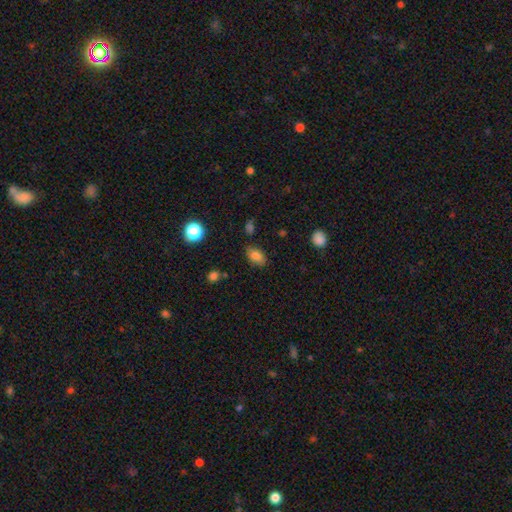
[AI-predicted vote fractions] smooth-or-featured: smooth: 81% | star or artifact: 11% | featured or disk: 8%
  how-rounded: in between: 87% | round: 11% | cigar-shaped: 2%
  merging: none: 79% | minor disturbance: 15% | major disturbance: 4% | merger: 3%